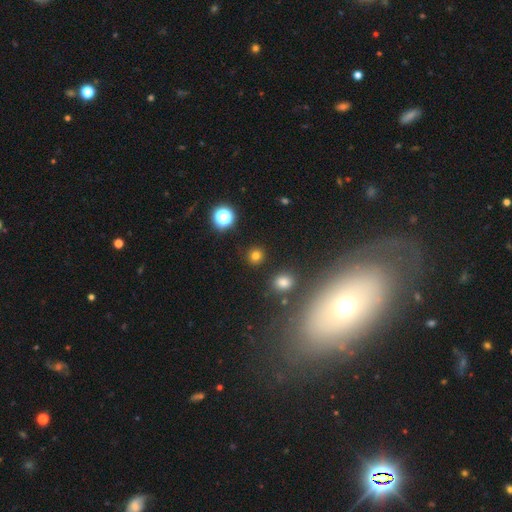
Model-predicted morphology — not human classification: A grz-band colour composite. It shows a smooth galaxy with no disk features (76%) that is round (90%). Merging: none (88%).